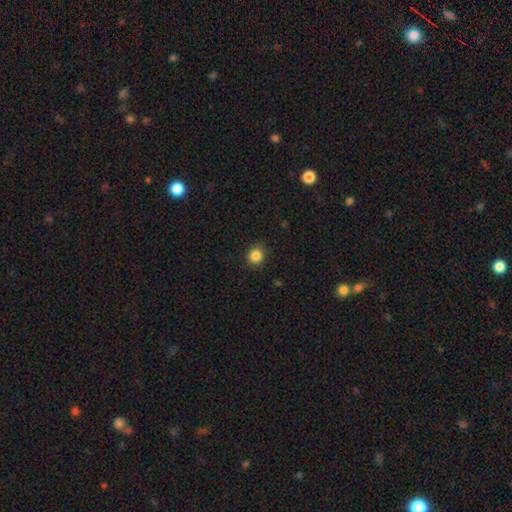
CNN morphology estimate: A smooth galaxy with no disk features (85%) that is round (84%). Merging: none (89%).